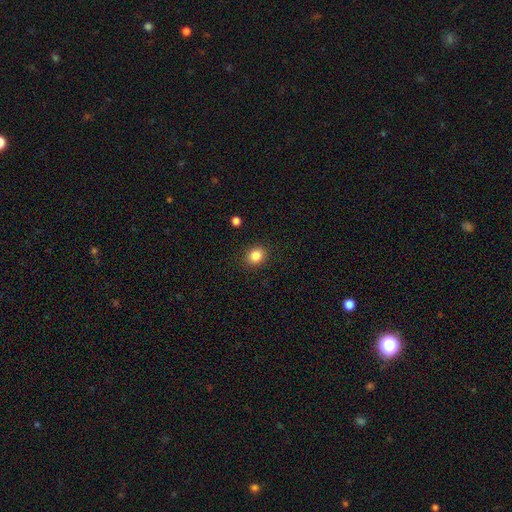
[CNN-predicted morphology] Smooth or featured? smooth (85%)
How rounded? round (68%)
Merging? none (89%)